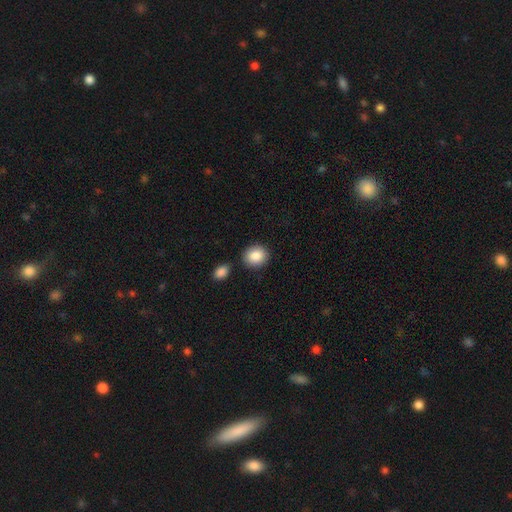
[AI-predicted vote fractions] A smooth galaxy with no disk features (88%) that is round (71%).

Vote fractions:
- Smooth or featured? smooth: 88% / star or artifact: 7% / featured or disk: 5%
- How rounded? round: 71% / in between: 28% / cigar-shaped: 1%
- Merging? none: 82% / minor disturbance: 9% / merger: 6% / major disturbance: 2%